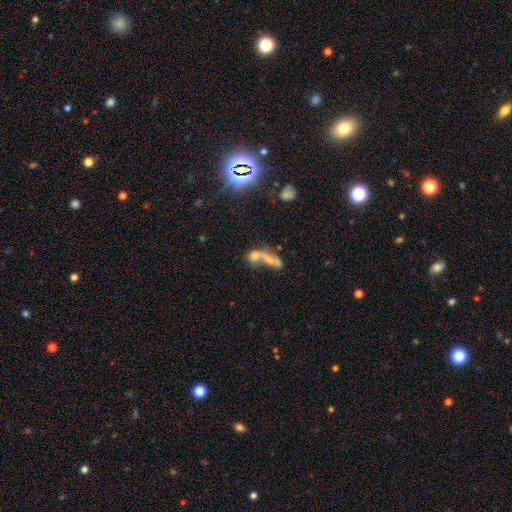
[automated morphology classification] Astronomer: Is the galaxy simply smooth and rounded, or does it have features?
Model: smooth — 52% (runner-up: featured or disk, 32%).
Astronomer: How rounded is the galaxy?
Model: in between — 54%.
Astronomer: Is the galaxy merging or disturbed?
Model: merger — 64%.